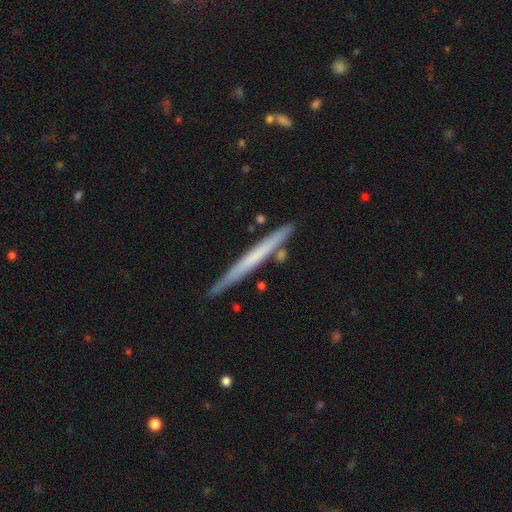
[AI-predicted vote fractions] Smooth or featured? featured or disk (48%)
Merging? none (84%)